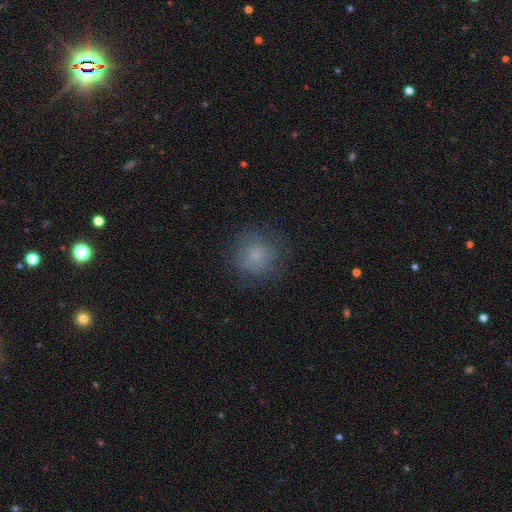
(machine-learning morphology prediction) The model was most divided on "merging": none: 74%, minor disturbance: 16%, major disturbance: 9%, merger: 1%. More confident: how rounded — round (85%); smooth or featured — smooth (74%).